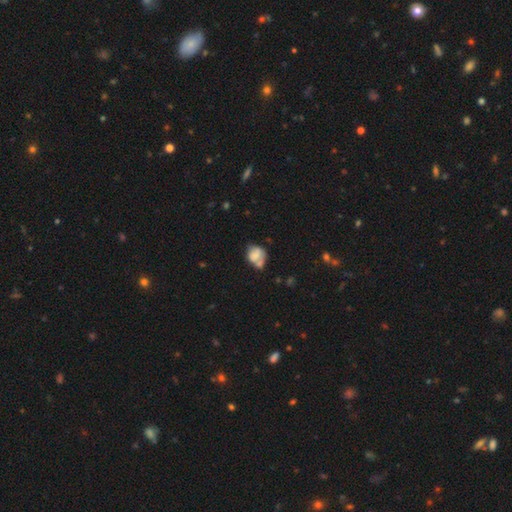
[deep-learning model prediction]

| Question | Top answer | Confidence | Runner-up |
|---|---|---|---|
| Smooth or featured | smooth | 64% | featured or disk (26%) |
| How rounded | in between | 53% | round (46%) |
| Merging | none | 32% | merger (30%) |